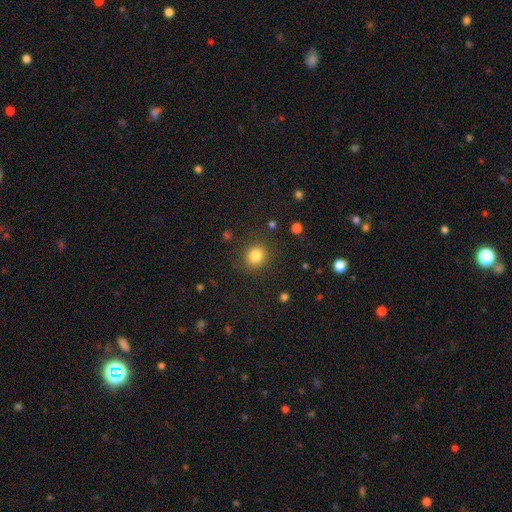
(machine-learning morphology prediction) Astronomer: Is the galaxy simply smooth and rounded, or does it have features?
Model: smooth — 83%.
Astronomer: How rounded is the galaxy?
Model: round — 80%.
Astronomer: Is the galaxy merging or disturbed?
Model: none — 86%.